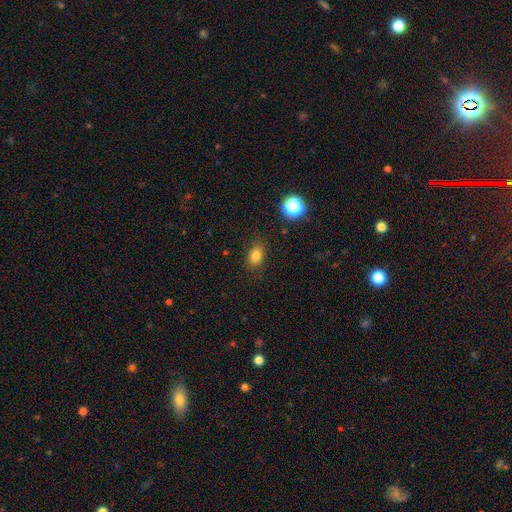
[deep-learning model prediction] smooth 79%, star or artifact 14%, featured or disk 7%. Down the decision tree: how rounded — in between (69%); merging — none (82%).